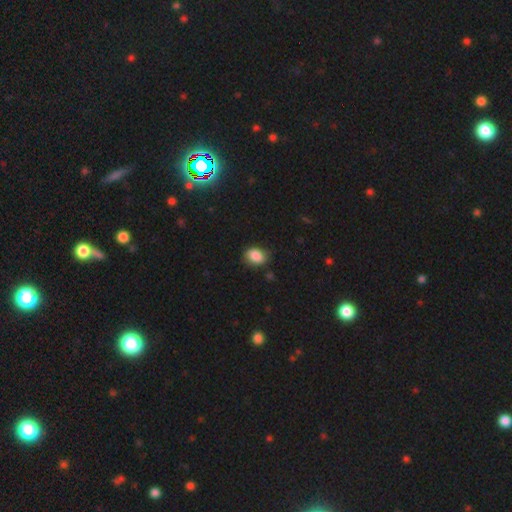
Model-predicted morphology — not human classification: Smooth or featured? Predicted: smooth (p=0.86). How rounded? Predicted: in between (p=0.61). Merging? Predicted: none (p=0.78).